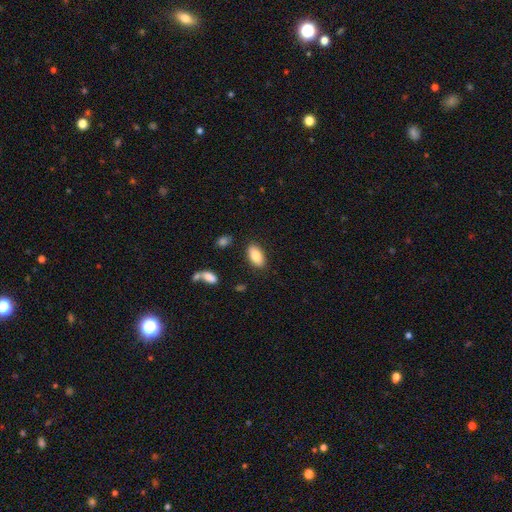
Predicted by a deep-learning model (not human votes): Smooth or featured?
  - smooth: 85% *
  - featured or disk: 8%
  - star or artifact: 7%
How rounded?
  - in between: 91% *
  - cigar-shaped: 6%
  - round: 3%
Merging?
  - none: 85% *
  - minor disturbance: 10%
  - major disturbance: 3%
  - merger: 2%